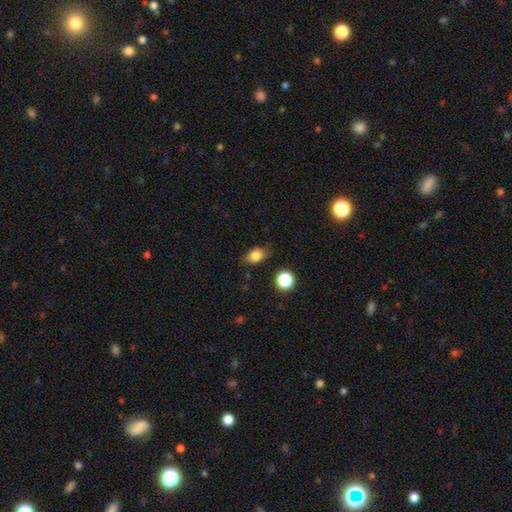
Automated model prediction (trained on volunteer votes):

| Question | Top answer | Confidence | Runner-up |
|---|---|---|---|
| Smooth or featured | smooth | 81% | star or artifact (10%) |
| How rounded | in between | 71% | round (26%) |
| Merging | none | 76% | minor disturbance (18%) |